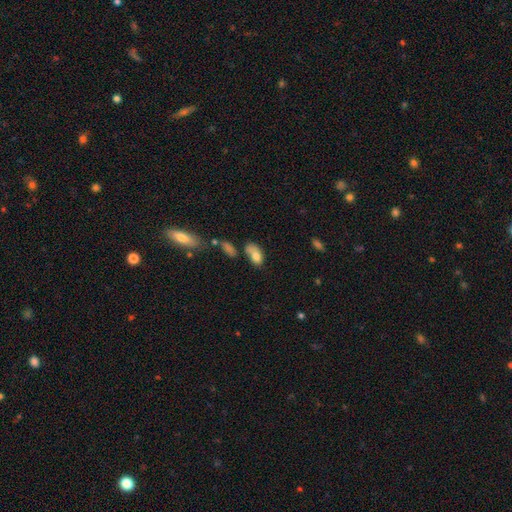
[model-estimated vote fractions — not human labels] This appears to be a smooth galaxy with no disk features (77%) that is in between round and cigar-shaped (89%). Merging: none (37%).